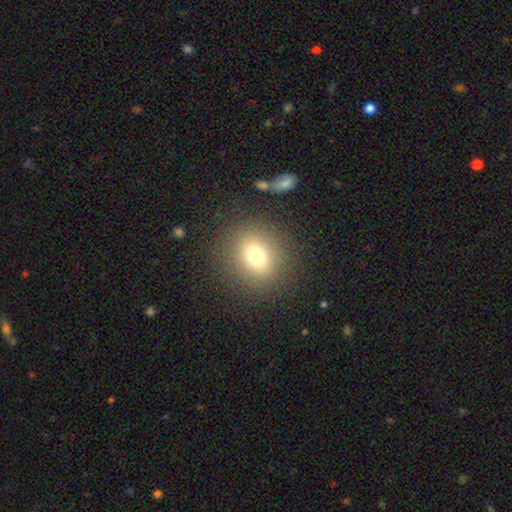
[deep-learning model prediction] A smooth galaxy with no disk features (72%) that is round (79%).

Vote fractions:
- Smooth or featured? smooth: 72% / star or artifact: 15% / featured or disk: 13%
- How rounded? round: 79% / in between: 19% / cigar-shaped: 1%
- Merging? none: 86% / minor disturbance: 8% / major disturbance: 4% / merger: 2%